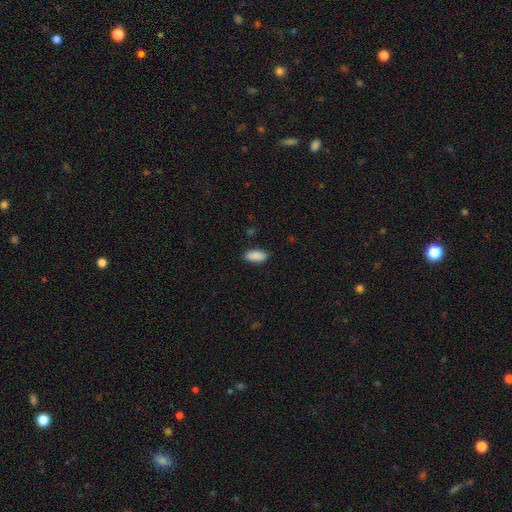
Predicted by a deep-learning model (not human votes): smooth-or-featured: smooth: 89% | star or artifact: 7% | featured or disk: 5%
  how-rounded: in between: 90% | cigar-shaped: 8% | round: 2%
  merging: none: 85% | minor disturbance: 12% | major disturbance: 2% | merger: 1%